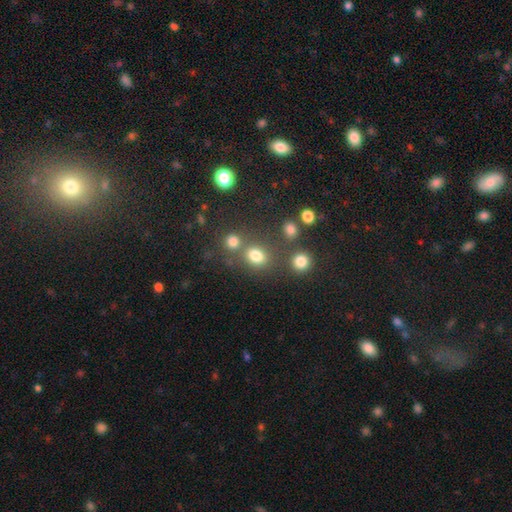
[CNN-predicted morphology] smooth-or-featured: smooth: 77% | star or artifact: 16% | featured or disk: 7%
  how-rounded: round: 56% | in between: 42% | cigar-shaped: 1%
  merging: none: 60% | merger: 23% | minor disturbance: 11% | major disturbance: 6%